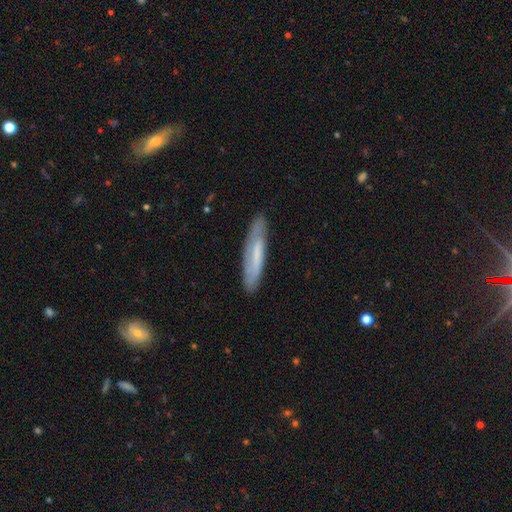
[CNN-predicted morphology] Overall: smooth (48%; featured or disk 45%). Merging: none (80%).